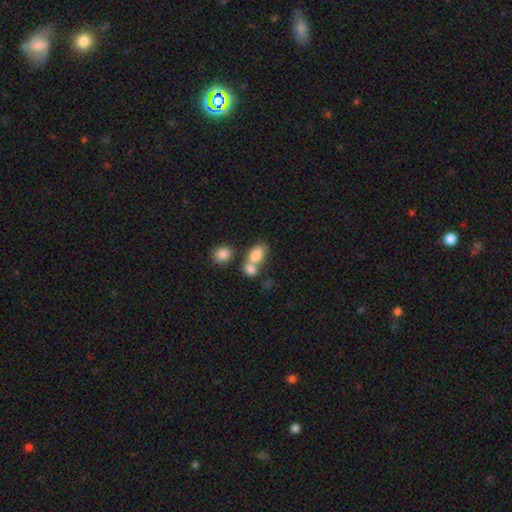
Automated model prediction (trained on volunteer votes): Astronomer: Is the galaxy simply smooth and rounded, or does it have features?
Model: smooth — 80%.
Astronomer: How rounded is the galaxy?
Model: in between — 84%.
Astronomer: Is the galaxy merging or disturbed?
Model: merger — 54% (runner-up: none, 31%).